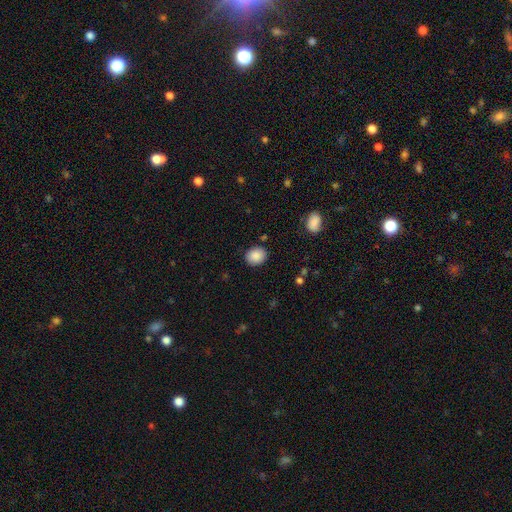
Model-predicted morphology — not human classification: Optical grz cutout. It shows a smooth galaxy with no disk features (88%) that is round (61%). Merging: none (87%).